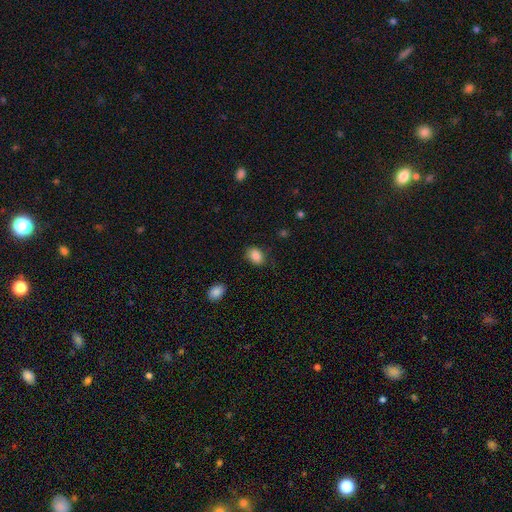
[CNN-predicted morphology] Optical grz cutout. It shows a smooth galaxy with no disk features (87%) that is in between round and cigar-shaped (72%). Merging: none (77%).